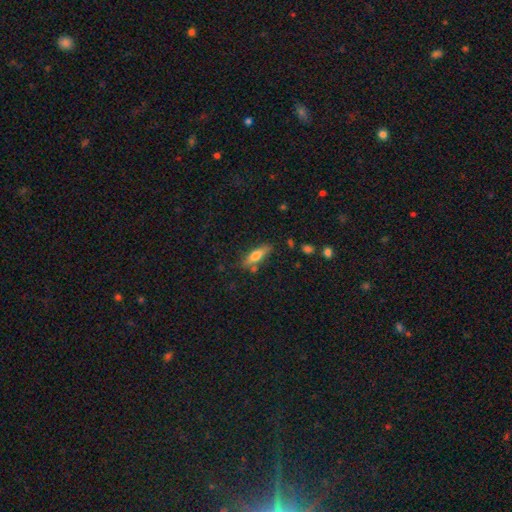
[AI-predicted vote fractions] smooth 67%, featured or disk 26%, star or artifact 7%. Down the decision tree: how rounded — cigar-shaped (55%); merging — none (73%).